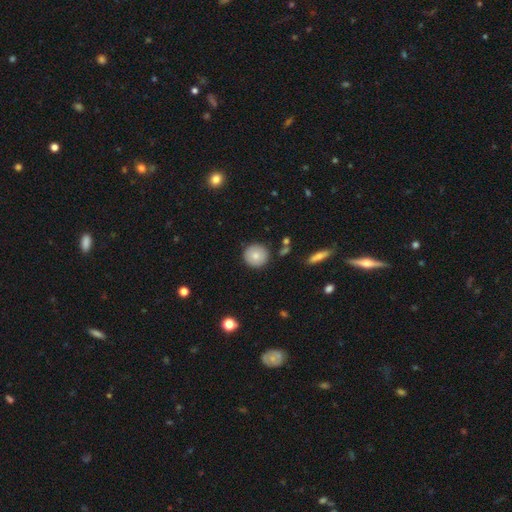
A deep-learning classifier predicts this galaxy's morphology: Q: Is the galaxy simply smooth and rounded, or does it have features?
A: smooth — 79%.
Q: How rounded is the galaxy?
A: round — 94%.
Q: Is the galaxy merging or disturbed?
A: none — 90%.